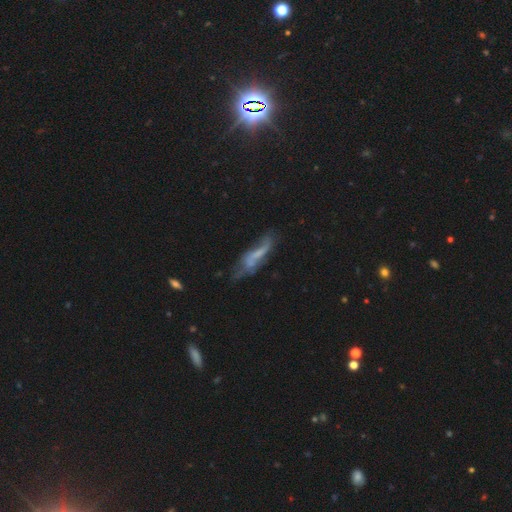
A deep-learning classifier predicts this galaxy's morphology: This is possibly a featured or disk galaxy (52%). It is likely not viewed edge-on (71%). Merging: marginally none (37%).